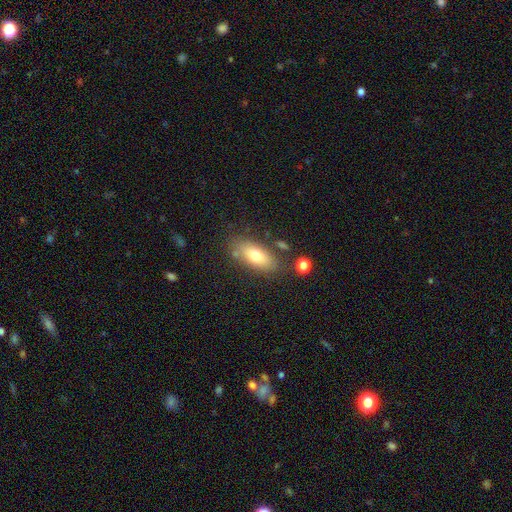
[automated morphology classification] smooth-or-featured: smooth: 72% | featured or disk: 19% | star or artifact: 8%
  how-rounded: in between: 85% | cigar-shaped: 11% | round: 4%
  merging: none: 75% | minor disturbance: 15% | merger: 6% | major disturbance: 4%